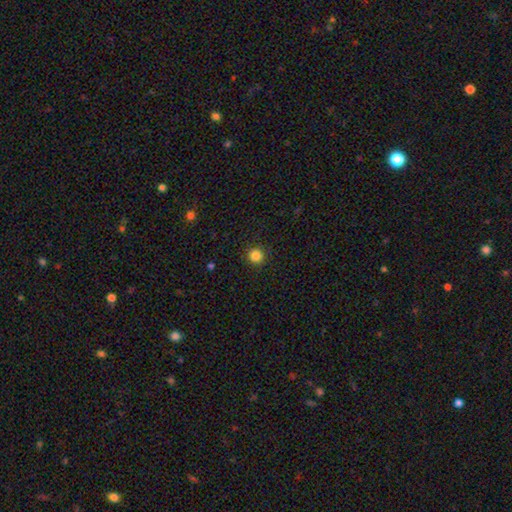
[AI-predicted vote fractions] Smooth or featured? smooth (85%)
How rounded? round (94%)
Merging? none (92%)